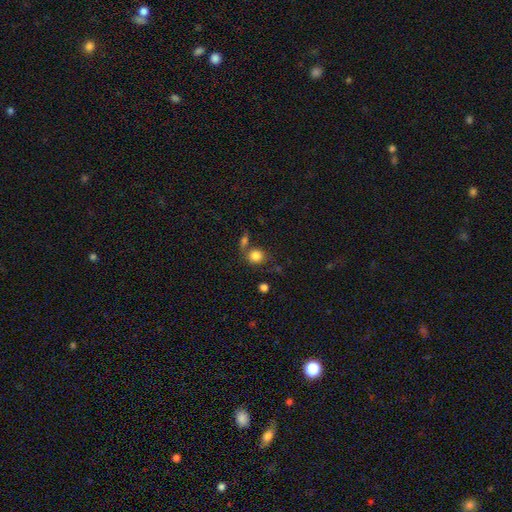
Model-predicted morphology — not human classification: smooth_or_featured: smooth (p=0.83) [alt: star or artifact p=0.10]
how_rounded: round (p=0.78) [alt: in between p=0.20]
merging: none (p=0.59) [alt: merger p=0.22]